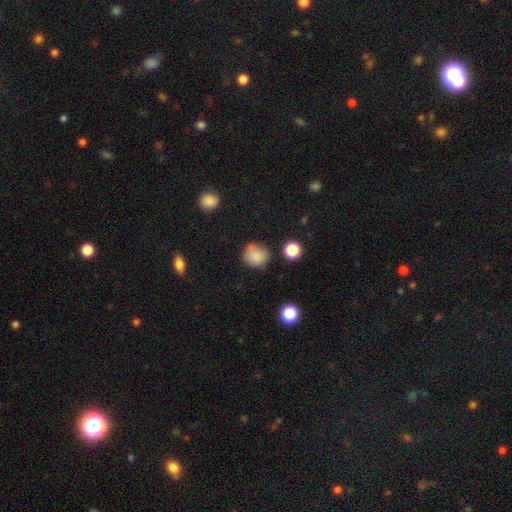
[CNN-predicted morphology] A smooth galaxy with no disk features (84%) that is round (85%).

Vote fractions:
- Smooth or featured? smooth: 84% / star or artifact: 10% / featured or disk: 6%
- How rounded? round: 85% / in between: 14% / cigar-shaped: 1%
- Merging? none: 72% / minor disturbance: 19% / major disturbance: 5% / merger: 4%